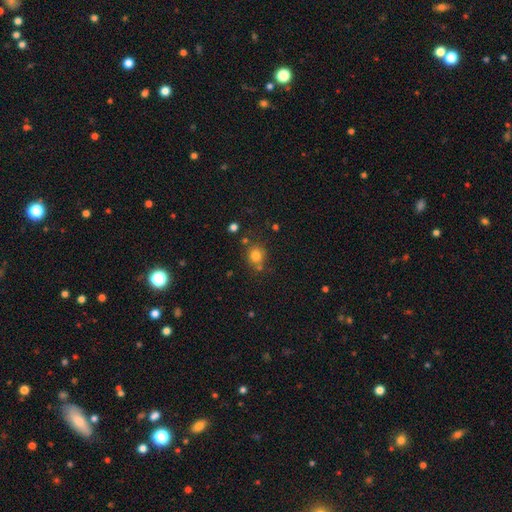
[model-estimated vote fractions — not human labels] Smooth or featured?
  - smooth: 79% *
  - star or artifact: 14%
  - featured or disk: 8%
How rounded?
  - round: 82% *
  - in between: 17%
  - cigar-shaped: 1%
Merging?
  - none: 71% *
  - minor disturbance: 13%
  - merger: 12%
  - major disturbance: 4%